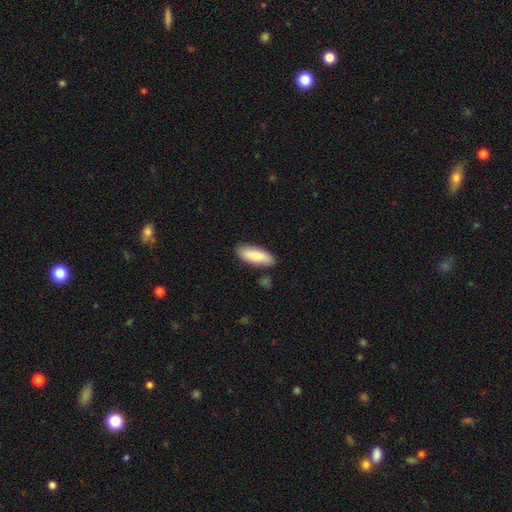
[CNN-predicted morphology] Smooth or featured? smooth (85%)
How rounded? in between (74%)
Merging? none (84%)